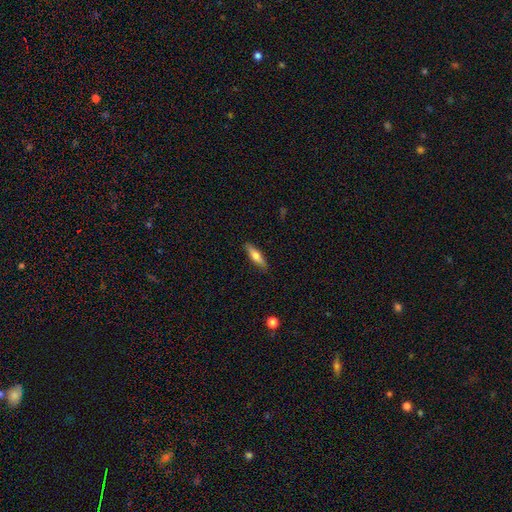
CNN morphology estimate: type=smooth (60%); roundness=cigar-shaped (67%); merging=none (87%).